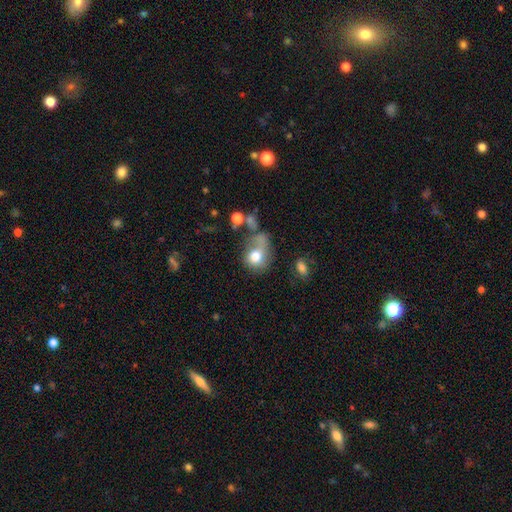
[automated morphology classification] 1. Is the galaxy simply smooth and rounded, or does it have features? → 71% smooth, 19% featured or disk, 10% star or artifact.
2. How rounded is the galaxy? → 57% round, 42% in between, 1% cigar-shaped.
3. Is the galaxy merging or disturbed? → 34% major disturbance, 26% merger, 23% none, 17% minor disturbance.